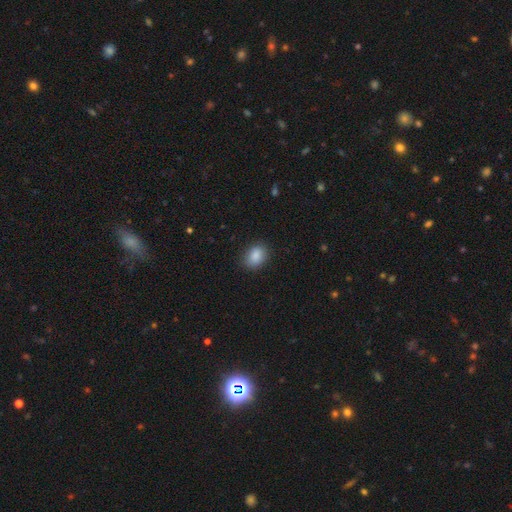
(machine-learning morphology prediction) Smooth or featured? smooth (88%)
How rounded? in between (69%)
Merging? none (85%)